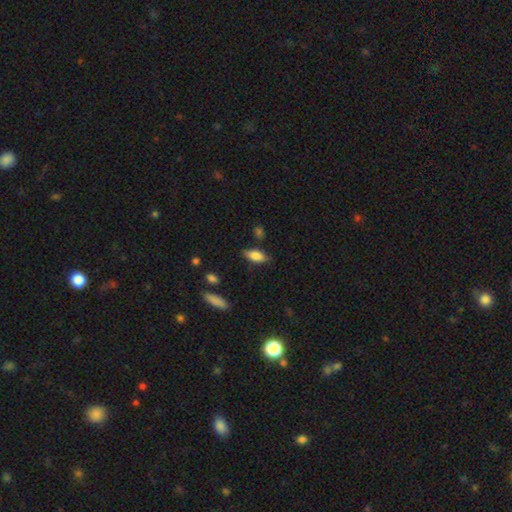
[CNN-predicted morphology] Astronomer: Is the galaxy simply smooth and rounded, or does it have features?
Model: smooth — 80%.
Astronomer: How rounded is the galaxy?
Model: in between — 80%.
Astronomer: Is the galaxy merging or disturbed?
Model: none — 79%.